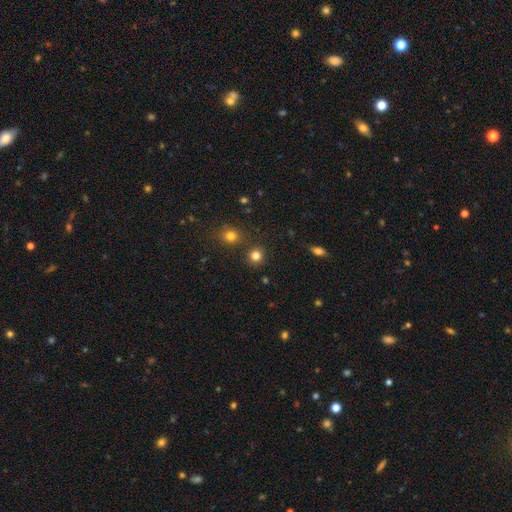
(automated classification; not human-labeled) A smooth galaxy with no disk features (81%) that is round (90%).

Vote fractions:
- Smooth or featured? smooth: 81% / star or artifact: 14% / featured or disk: 5%
- How rounded? round: 90% / in between: 9% / cigar-shaped: 1%
- Merging? none: 84% / minor disturbance: 7% / merger: 6% / major disturbance: 3%